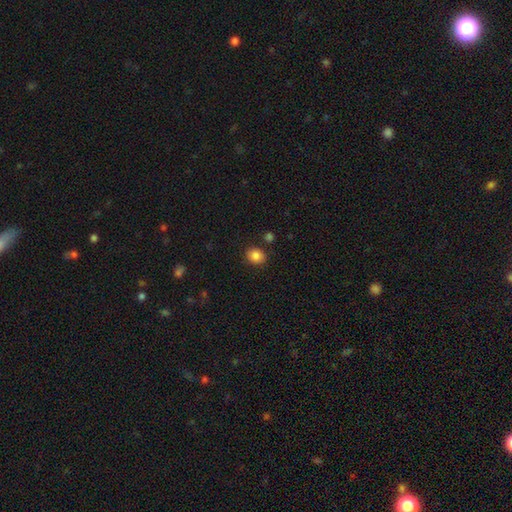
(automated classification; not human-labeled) This appears to be a smooth galaxy with no disk features (86%) that is round (70%). Merging: none (85%).